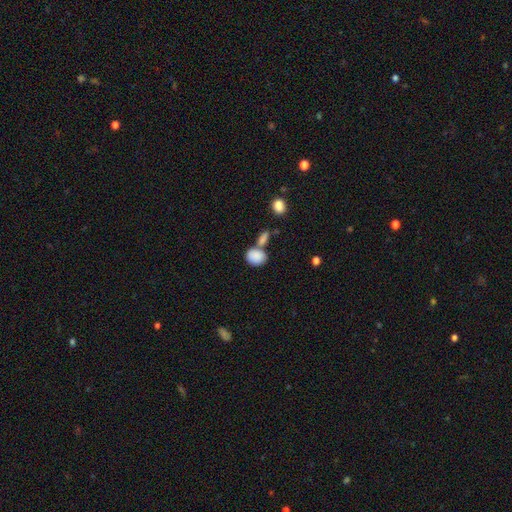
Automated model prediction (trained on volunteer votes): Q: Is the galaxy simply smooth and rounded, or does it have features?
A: smooth — 86%.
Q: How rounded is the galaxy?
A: in between — 66%.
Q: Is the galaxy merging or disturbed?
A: none — 42%.